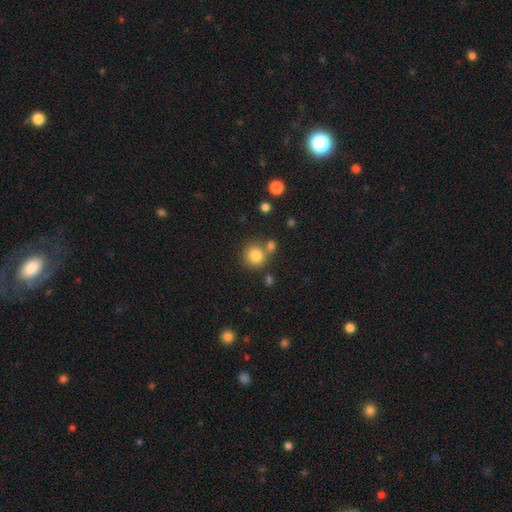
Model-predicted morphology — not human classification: Smooth or featured?
  - smooth: 82% *
  - star or artifact: 11%
  - featured or disk: 7%
How rounded?
  - round: 89% *
  - in between: 10%
  - cigar-shaped: 1%
Merging?
  - none: 67% *
  - merger: 20%
  - minor disturbance: 10%
  - major disturbance: 4%